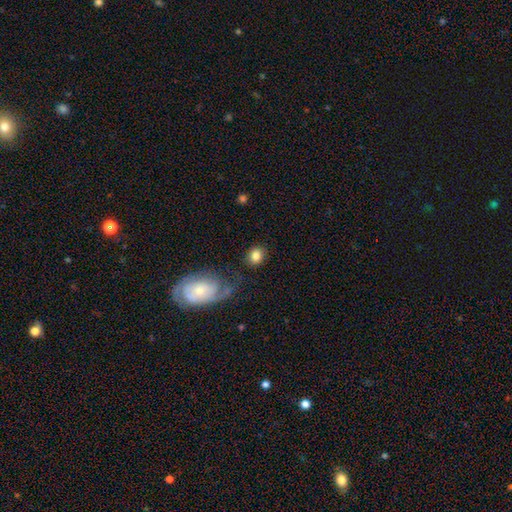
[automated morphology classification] A smooth galaxy with no disk features (80%) that is round (61%). Merging: none (78%).